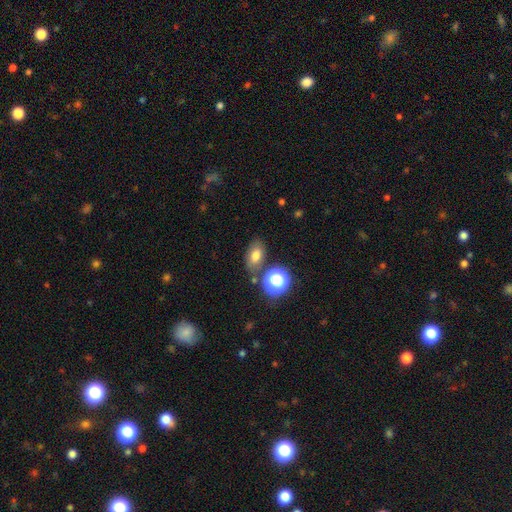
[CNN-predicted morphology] Smooth or featured?
  - smooth: 71% *
  - star or artifact: 16%
  - featured or disk: 13%
How rounded?
  - in between: 80% *
  - round: 18%
  - cigar-shaped: 2%
Merging?
  - none: 72% *
  - minor disturbance: 14%
  - merger: 9%
  - major disturbance: 5%